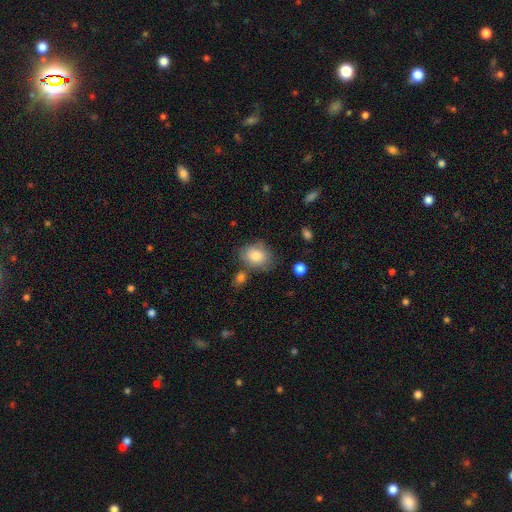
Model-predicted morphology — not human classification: Smooth or featured: smooth — 81% (featured or disk — 11%)
How rounded: in between — 56% (round — 43%)
Merging: none — 66% (minor disturbance — 20%)